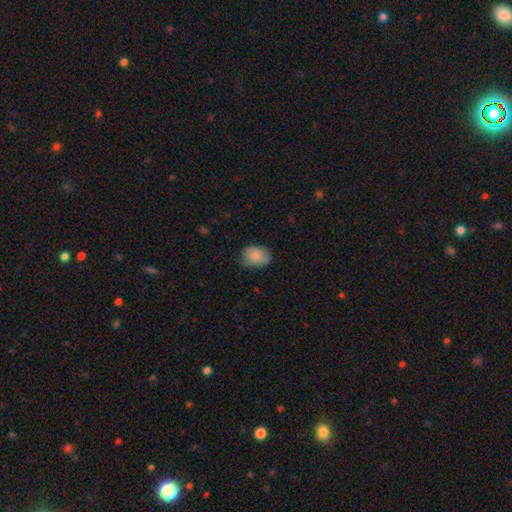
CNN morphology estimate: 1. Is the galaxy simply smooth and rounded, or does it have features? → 82% smooth, 11% featured or disk, 7% star or artifact.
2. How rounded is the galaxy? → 68% in between, 31% round, 1% cigar-shaped.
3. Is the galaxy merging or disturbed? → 70% none, 24% minor disturbance, 5% major disturbance, 1% merger.